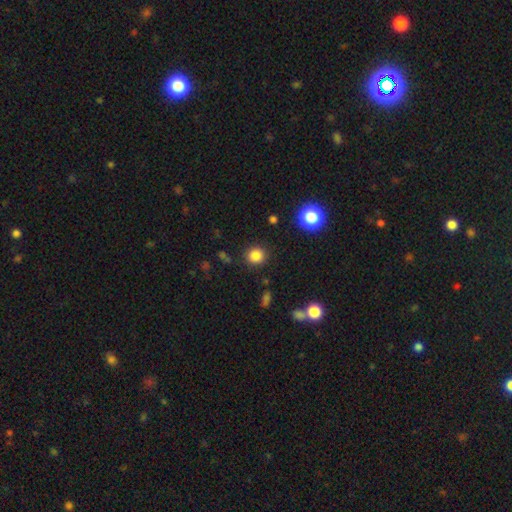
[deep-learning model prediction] A smooth galaxy with no disk features (83%) that is round (90%).

Vote fractions:
- Smooth or featured? smooth: 83% / star or artifact: 12% / featured or disk: 4%
- How rounded? round: 90% / in between: 9% / cigar-shaped: 1%
- Merging? none: 89% / minor disturbance: 7% / major disturbance: 3% / merger: 2%